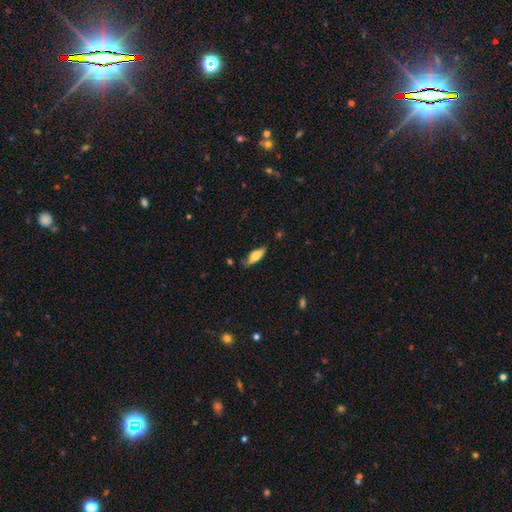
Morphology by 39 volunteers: Volunteers were most divided on "smooth or featured" (2-way tie): smooth: 49%, featured or disk: 49%, star or artifact: 3%. More confident: how rounded — in between (79%); merging — none (74%).